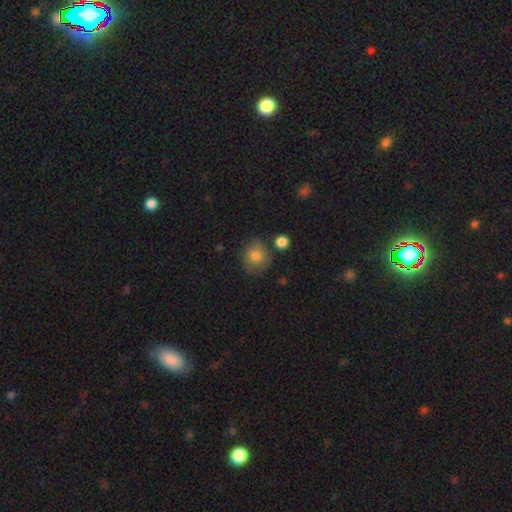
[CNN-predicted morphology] smooth-or-featured: smooth: 79% | featured or disk: 13% | star or artifact: 9%
  how-rounded: round: 80% | in between: 19% | cigar-shaped: 1%
  merging: none: 69% | minor disturbance: 19% | merger: 6% | major disturbance: 6%